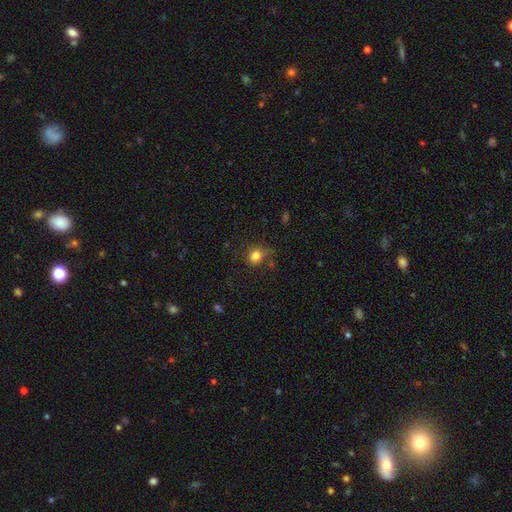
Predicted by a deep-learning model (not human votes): smooth_or_featured: smooth (p=0.82) [alt: star or artifact p=0.12]
how_rounded: round (p=0.72) [alt: in between p=0.27]
merging: none (p=0.67) [alt: minor disturbance p=0.22]